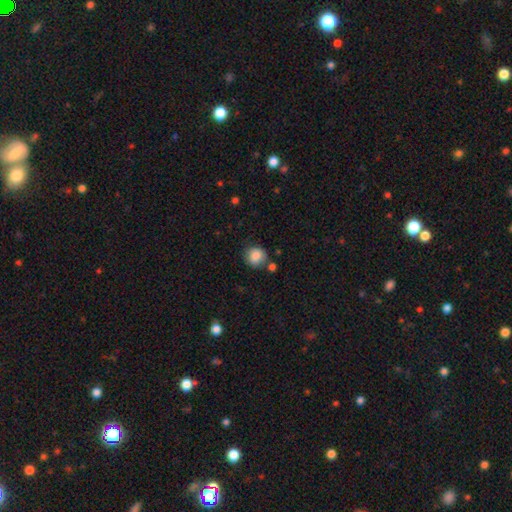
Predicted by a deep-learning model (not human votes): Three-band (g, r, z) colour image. It shows a smooth galaxy with no disk features (86%) that is round (83%). Merging: none (70%).